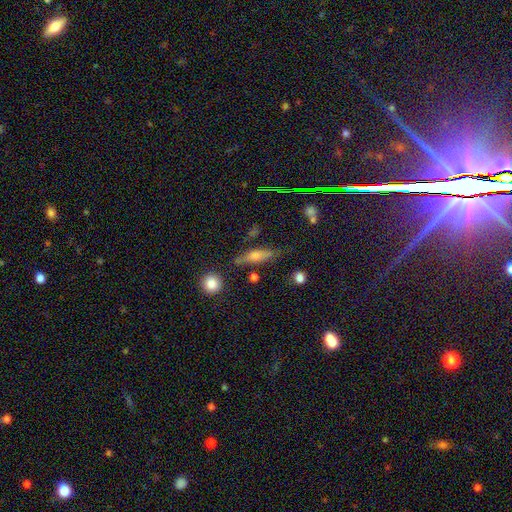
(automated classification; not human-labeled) smooth 46%, featured or disk 39%, star or artifact 15%. Down the decision tree: merging — none (72%).